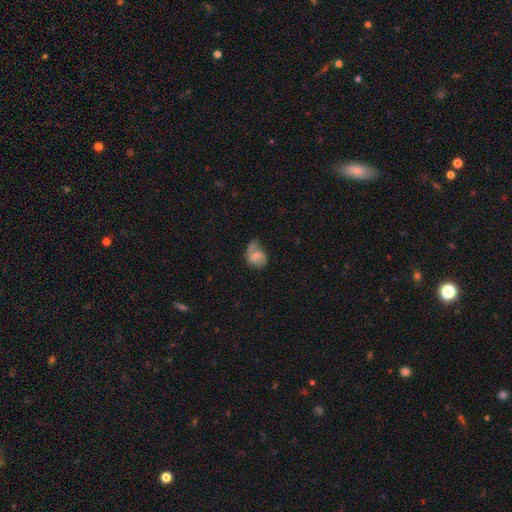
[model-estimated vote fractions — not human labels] A smooth galaxy with no disk features (53%) that is in between round and cigar-shaped (61%). Merging: none (36%).